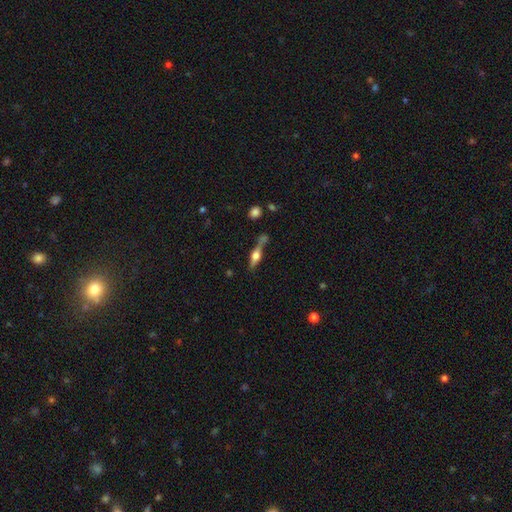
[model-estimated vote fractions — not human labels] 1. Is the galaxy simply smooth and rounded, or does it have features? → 69% featured or disk, 23% smooth, 7% star or artifact.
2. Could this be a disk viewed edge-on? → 96% yes, 4% no.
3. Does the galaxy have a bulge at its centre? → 93% rounded, 5% boxy, 2% none.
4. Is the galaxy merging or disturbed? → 67% none, 15% minor disturbance, 13% merger, 5% major disturbance.